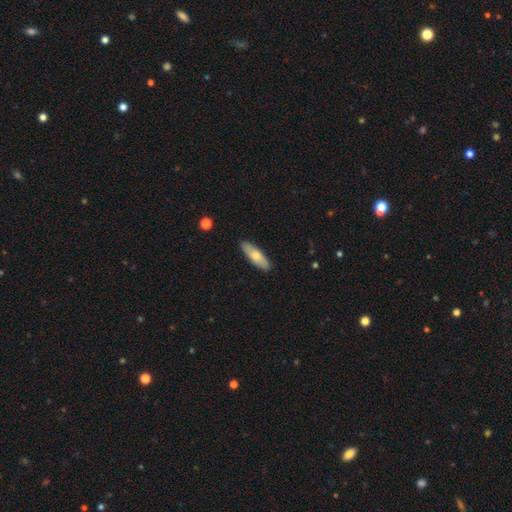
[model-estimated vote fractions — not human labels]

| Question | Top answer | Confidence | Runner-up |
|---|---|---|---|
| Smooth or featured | smooth | 64% | featured or disk (30%) |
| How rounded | in between | 51% | cigar-shaped (47%) |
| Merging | none | 89% | minor disturbance (8%) |